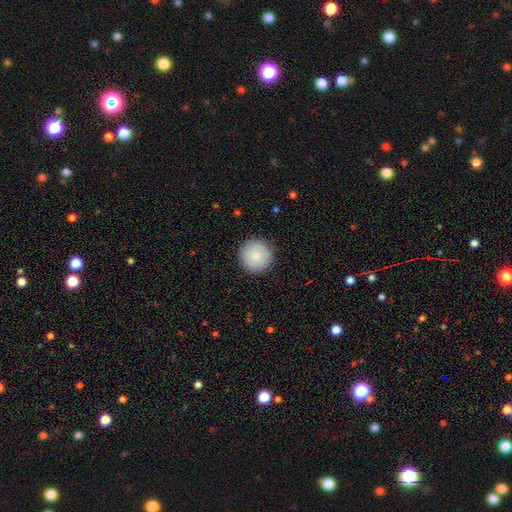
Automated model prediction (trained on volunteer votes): The model was most divided on "smooth or featured": smooth: 89%, star or artifact: 7%, featured or disk: 5%. More confident: how rounded — round (96%); merging — none (92%).